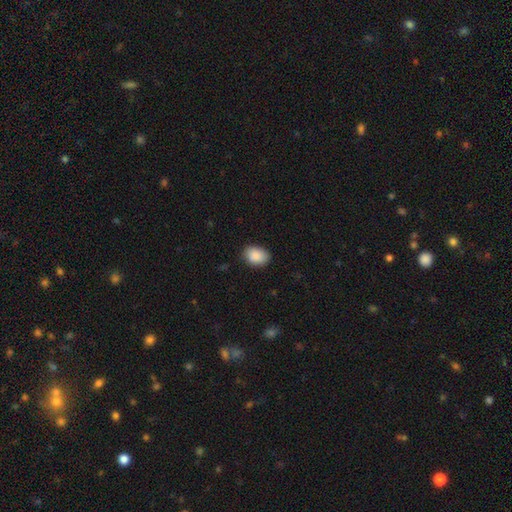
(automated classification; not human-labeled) Smooth or featured: smooth — 90% (star or artifact — 7%)
How rounded: in between — 77% (round — 22%)
Merging: none — 82% (minor disturbance — 15%)